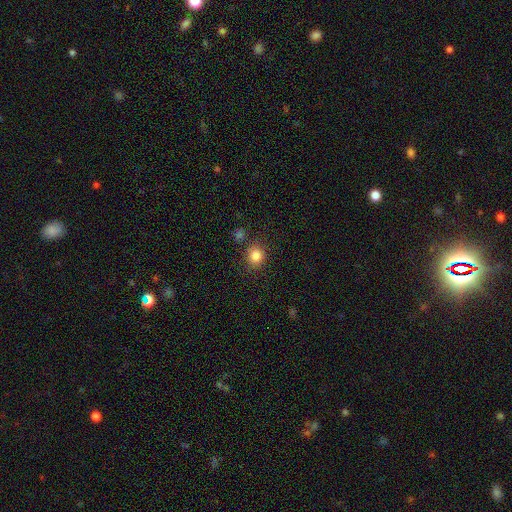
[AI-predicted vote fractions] smooth-or-featured: smooth: 84% | star or artifact: 11% | featured or disk: 5%
  how-rounded: round: 80% | in between: 19% | cigar-shaped: 1%
  merging: none: 80% | minor disturbance: 11% | merger: 6% | major disturbance: 4%